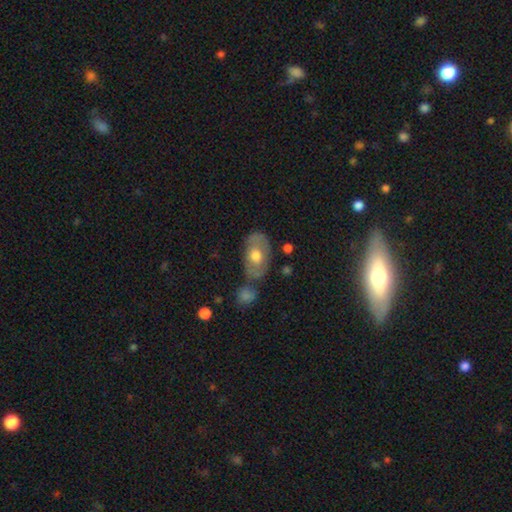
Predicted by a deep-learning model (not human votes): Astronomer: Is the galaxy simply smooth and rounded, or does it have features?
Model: featured or disk — 49% (runner-up: smooth, 43%).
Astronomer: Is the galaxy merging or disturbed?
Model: none — 64%.